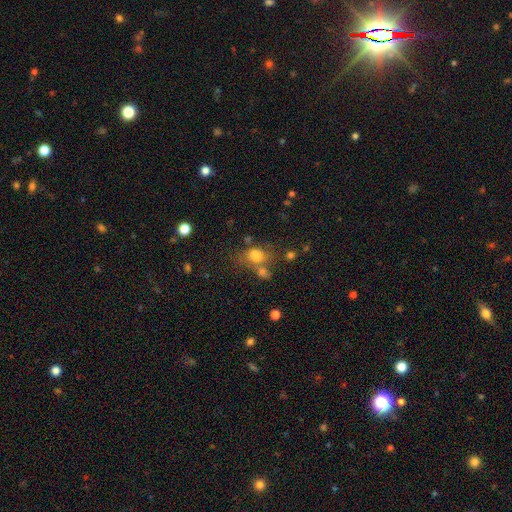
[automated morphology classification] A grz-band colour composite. It shows a smooth galaxy with no disk features (70%) that is in between round and cigar-shaped (71%). Merging: merger (38%).